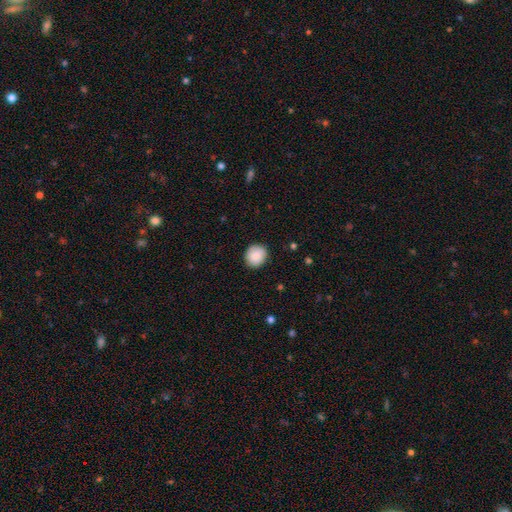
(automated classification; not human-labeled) Overall: smooth (86%). How rounded: round (81%). Merging: none (87%).